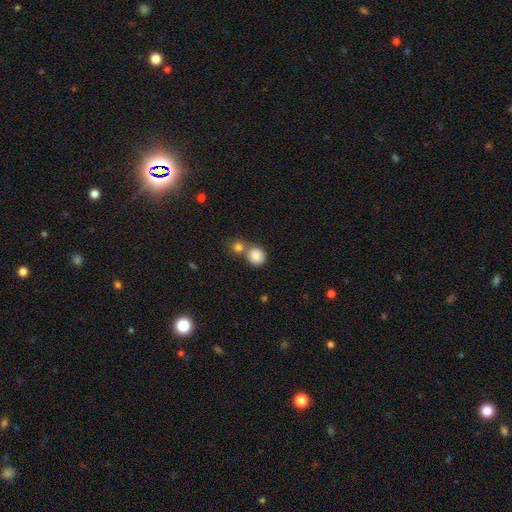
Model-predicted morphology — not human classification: Smooth or featured? smooth (85%)
How rounded? round (79%)
Merging? none (49%)